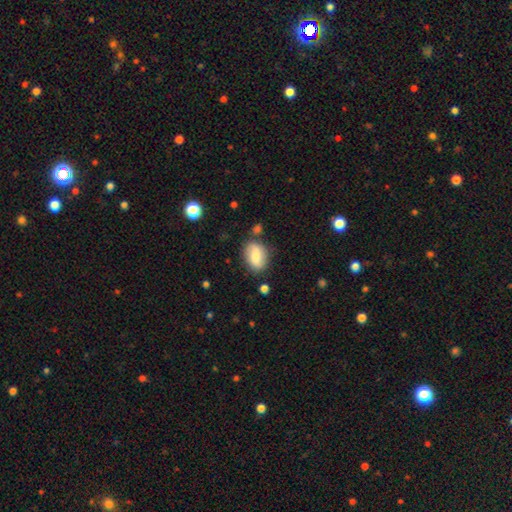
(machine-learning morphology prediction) smooth-or-featured: smooth: 72% | featured or disk: 21% | star or artifact: 8%
  how-rounded: in between: 82% | round: 14% | cigar-shaped: 3%
  merging: none: 71% | minor disturbance: 18% | merger: 6% | major disturbance: 5%